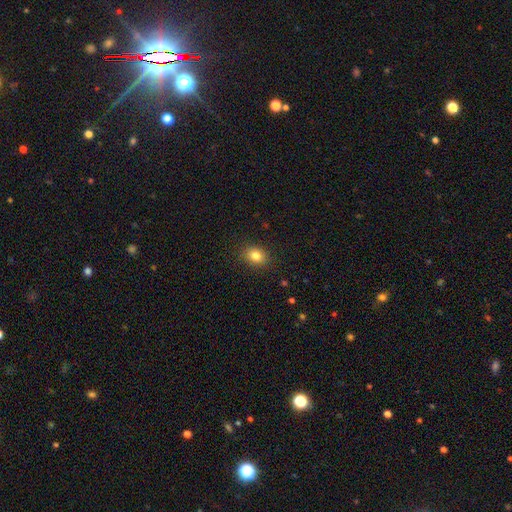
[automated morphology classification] Smooth or featured? smooth (83%)
How rounded? in between (58%)
Merging? none (89%)